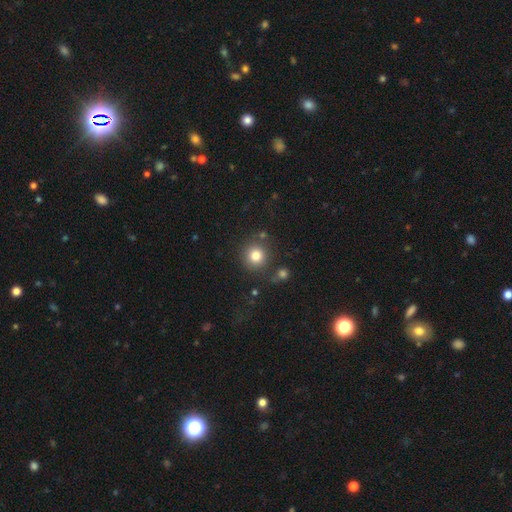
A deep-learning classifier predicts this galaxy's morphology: Smooth or featured?
  - smooth: 82% *
  - star or artifact: 11%
  - featured or disk: 7%
How rounded?
  - round: 93% *
  - in between: 6%
  - cigar-shaped: 1%
Merging?
  - none: 79% *
  - minor disturbance: 9%
  - merger: 7%
  - major disturbance: 4%